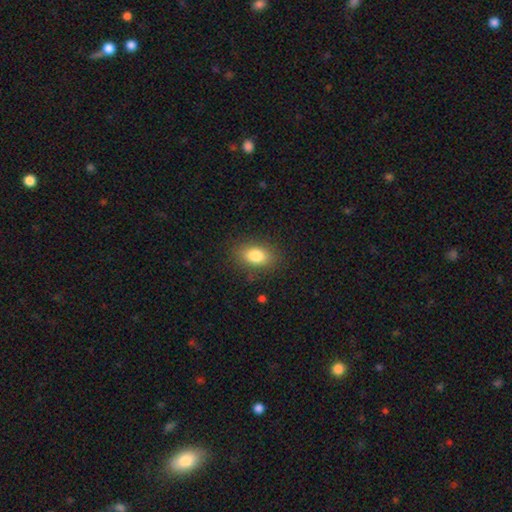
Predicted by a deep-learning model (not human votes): Morphology: type=smooth (83%); roundness=in between (84%); merging=none (84%).